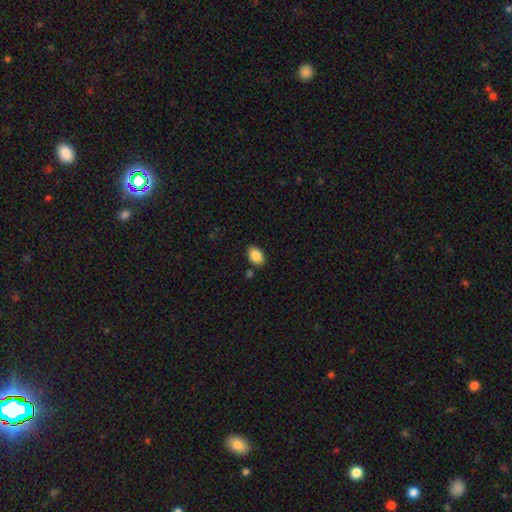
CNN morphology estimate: The model was most divided on "merging": none: 83%, minor disturbance: 11%, merger: 4%, major disturbance: 2%. More confident: smooth or featured — smooth (88%); how rounded — in between (86%).